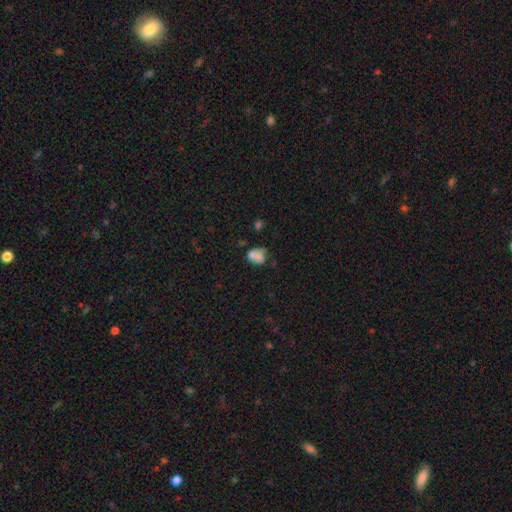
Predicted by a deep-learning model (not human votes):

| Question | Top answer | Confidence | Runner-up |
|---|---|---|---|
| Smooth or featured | smooth | 69% | featured or disk (20%) |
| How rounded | in between | 56% | round (43%) |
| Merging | none | 34% | merger (28%) |